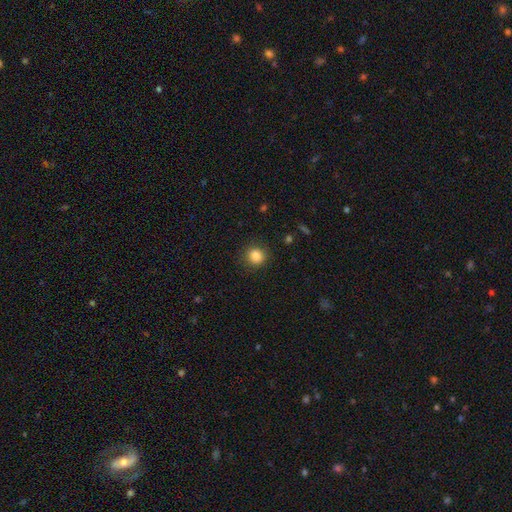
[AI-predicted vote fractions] A smooth galaxy with no disk features (86%) that is round (89%).

Vote fractions:
- Smooth or featured? smooth: 86% / star or artifact: 11% / featured or disk: 4%
- How rounded? round: 89% / in between: 10% / cigar-shaped: 1%
- Merging? none: 89% / minor disturbance: 8% / major disturbance: 3% / merger: 1%